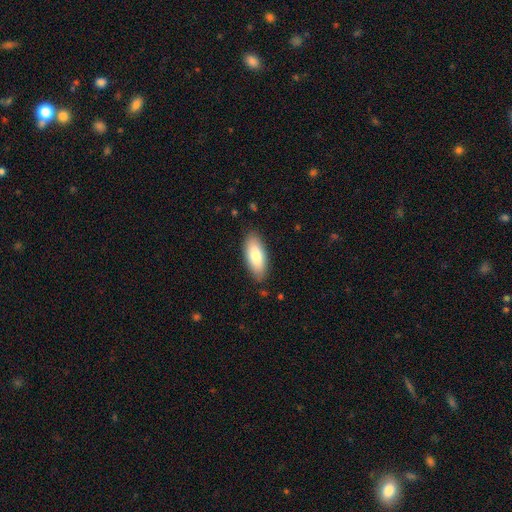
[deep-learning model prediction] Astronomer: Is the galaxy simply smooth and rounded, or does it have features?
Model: smooth — 79%.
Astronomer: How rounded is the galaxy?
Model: in between — 82%.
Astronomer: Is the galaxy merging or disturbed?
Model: none — 86%.